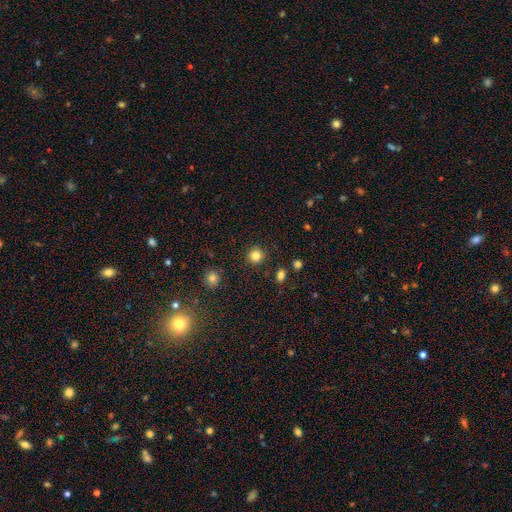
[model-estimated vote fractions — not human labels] A smooth galaxy with no disk features (83%) that is round (90%).

Vote fractions:
- Smooth or featured? smooth: 83% / star or artifact: 12% / featured or disk: 5%
- How rounded? round: 90% / in between: 9% / cigar-shaped: 1%
- Merging? none: 89% / minor disturbance: 6% / major disturbance: 2% / merger: 2%